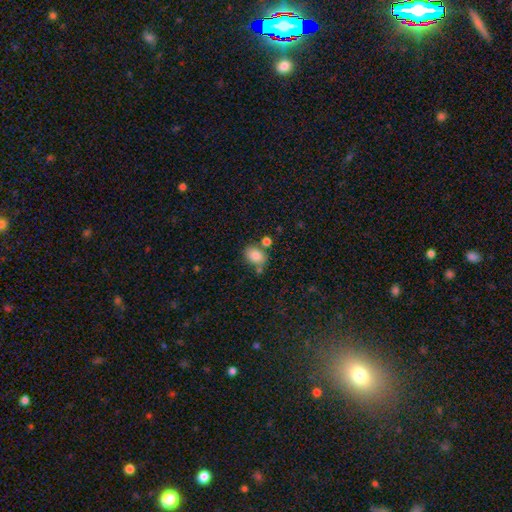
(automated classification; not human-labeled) This appears to be a smooth galaxy with no disk features (83%) that is in between round and cigar-shaped (68%). Merging: none (63%).